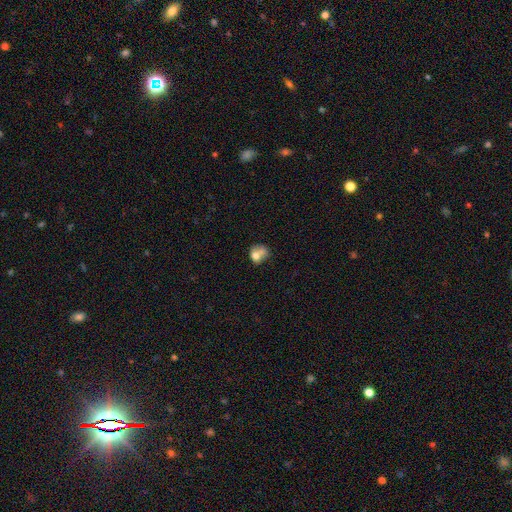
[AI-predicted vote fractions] Smooth or featured? Predicted: smooth (p=0.67). How rounded? Predicted: round (p=0.60). Merging? Predicted: merger (p=0.43).